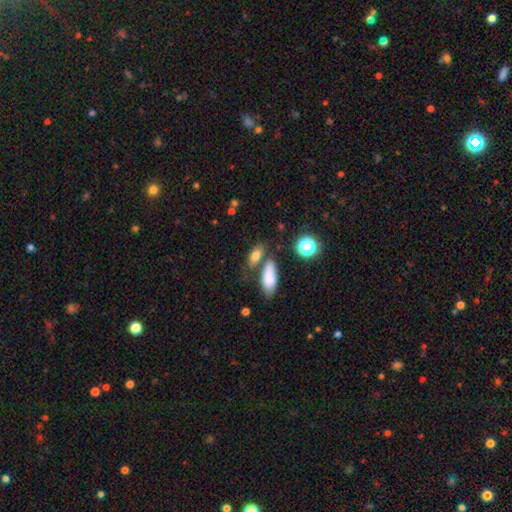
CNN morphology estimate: smooth-or-featured: smooth: 78% | star or artifact: 11% | featured or disk: 11%
  how-rounded: in between: 75% | cigar-shaped: 15% | round: 9%
  merging: none: 59% | merger: 21% | minor disturbance: 14% | major disturbance: 5%